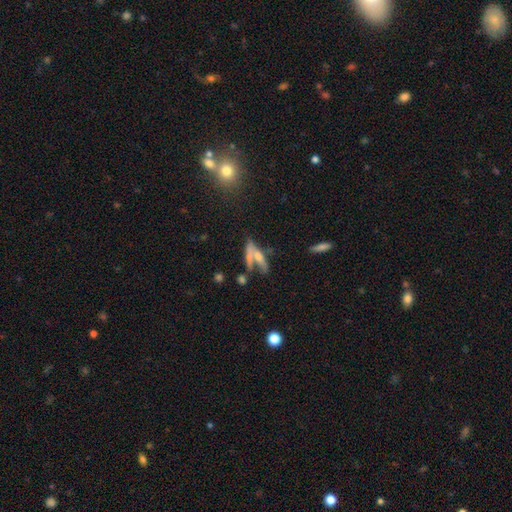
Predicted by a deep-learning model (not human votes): Overall: smooth (51%; featured or disk 38%). How rounded: cigar-shaped (68%; in between 29%). Merging: merger (39%; none 37%).